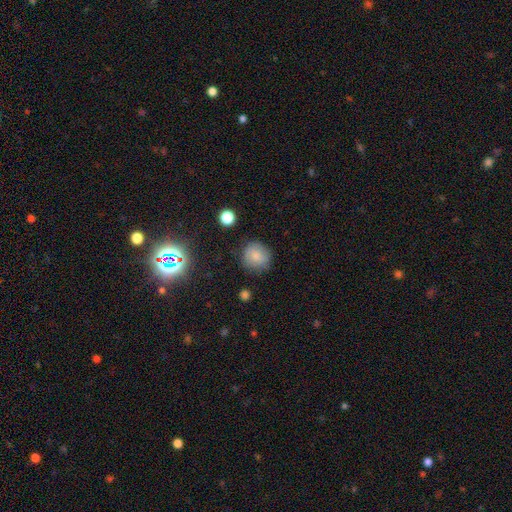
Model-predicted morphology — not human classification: Overall: smooth (80%). How rounded: round (89%). Merging: none (81%).